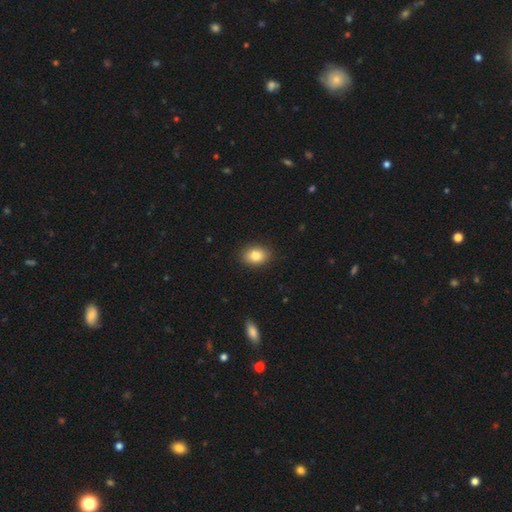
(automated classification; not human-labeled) smooth 83%, star or artifact 9%, featured or disk 8%. Down the decision tree: how rounded — in between (69%); merging — none (89%).